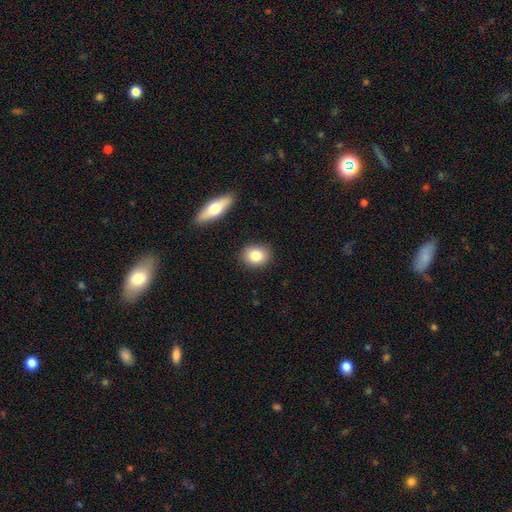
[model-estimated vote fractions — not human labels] A smooth galaxy with no disk features (82%) that is round (56%). Merging: none (88%).